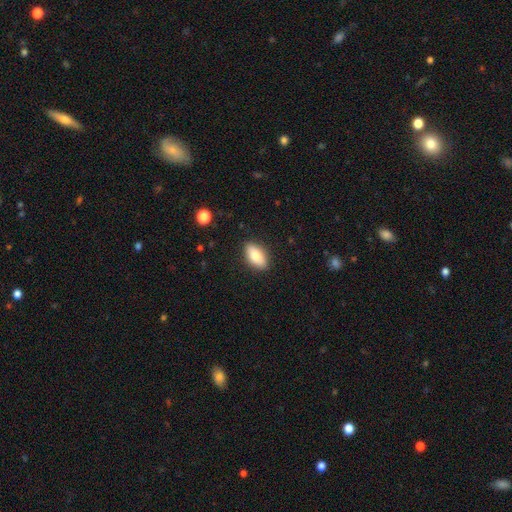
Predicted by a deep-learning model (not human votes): Smooth or featured?
  - smooth: 80% *
  - featured or disk: 13%
  - star or artifact: 7%
How rounded?
  - in between: 89% *
  - cigar-shaped: 7%
  - round: 4%
Merging?
  - none: 87% *
  - minor disturbance: 9%
  - major disturbance: 2%
  - merger: 1%